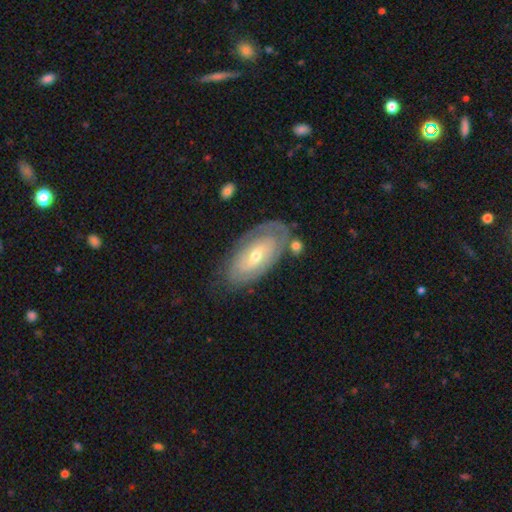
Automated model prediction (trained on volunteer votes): A featured or disk galaxy (68%) with no bar (55%), spiral arms (69%) and a moderate central bulge (50%).

Vote fractions:
- Smooth or featured? featured or disk: 68% / smooth: 26% / star or artifact: 6%
- Edge-on disk? no: 91% / yes: 9%
- Bar? no: 55% / weak: 33% / strong: 11%
- Spiral arms? yes: 69% / no: 31%
- Bulge size? moderate: 50% / small: 47% / large: 2% / none: 1% / dominant: 1%
- Merging? none: 68% / minor disturbance: 19% / major disturbance: 8% / merger: 5%